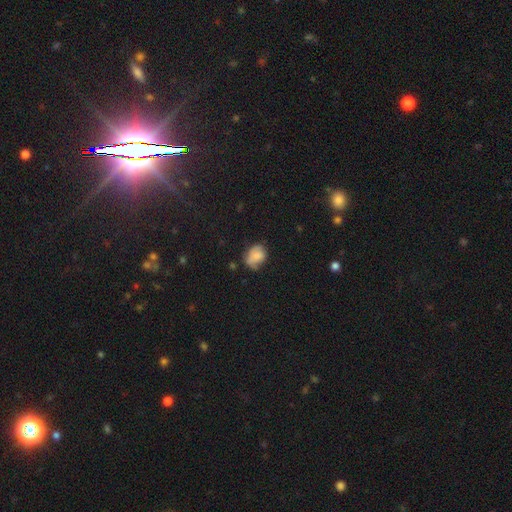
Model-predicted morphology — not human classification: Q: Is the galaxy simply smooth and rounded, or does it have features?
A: smooth — 71%.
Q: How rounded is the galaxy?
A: in between — 57%.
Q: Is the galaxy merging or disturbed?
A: none — 46%.